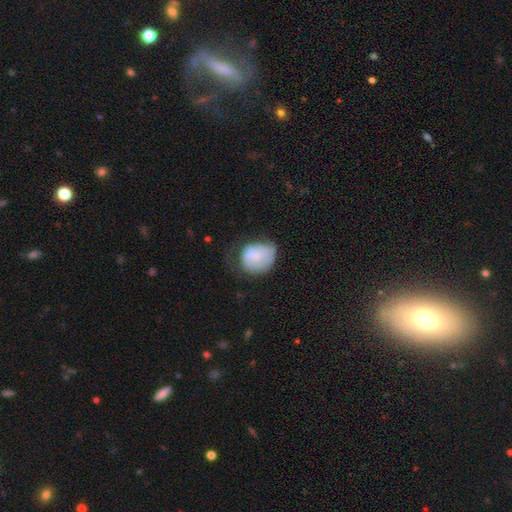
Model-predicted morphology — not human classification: Smooth or featured: smooth — 67% (featured or disk — 27%)
How rounded: round — 63% (in between — 36%)
Merging: minor disturbance — 36% (none — 33%)